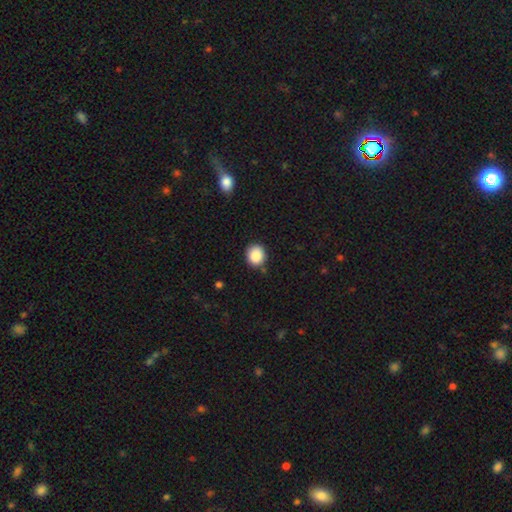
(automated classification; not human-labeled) smooth-or-featured: smooth: 88% | star or artifact: 9% | featured or disk: 4%
  how-rounded: round: 76% | in between: 23% | cigar-shaped: 1%
  merging: none: 85% | minor disturbance: 11% | major disturbance: 2% | merger: 2%